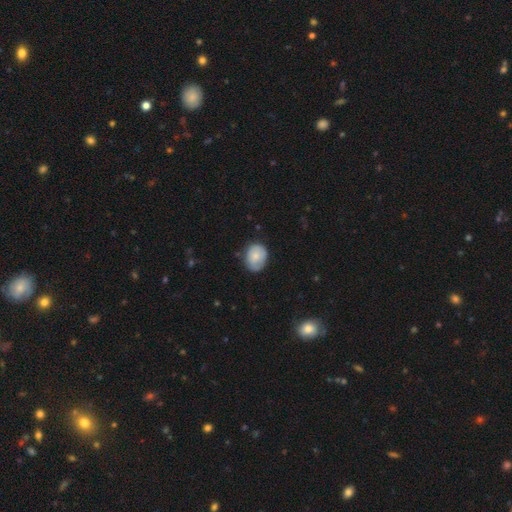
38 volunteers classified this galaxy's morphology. Smooth or featured? 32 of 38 (84%) said smooth. How rounded? 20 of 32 (62%) said in between. Merging? 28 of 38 (74%) said none.